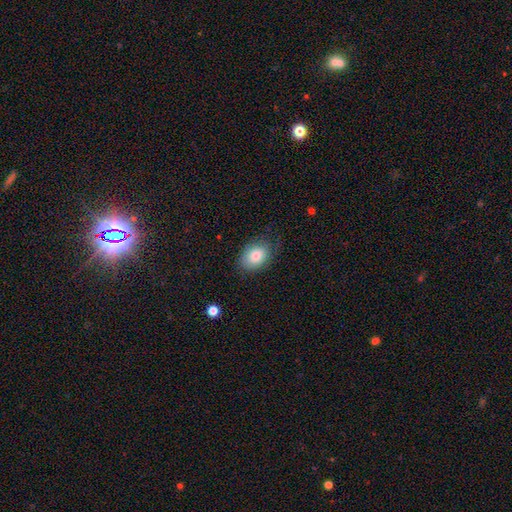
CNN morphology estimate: The model was most divided on "merging": none: 75%, minor disturbance: 19%, major disturbance: 5%, merger: 1%. More confident: smooth or featured — smooth (81%); how rounded — in between (79%).